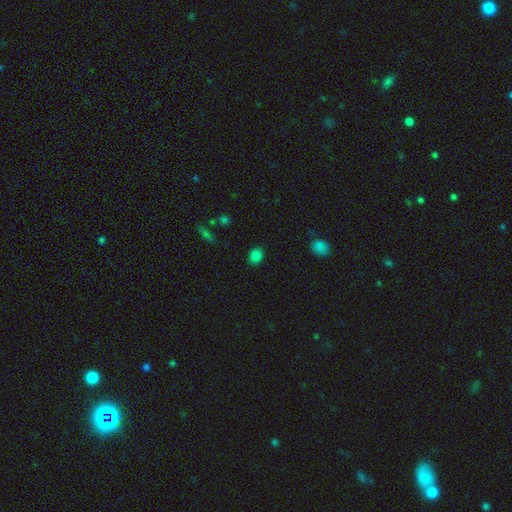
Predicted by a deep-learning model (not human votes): Overall: smooth (83%). How rounded: round (60%; in between 39%). Merging: none (88%).